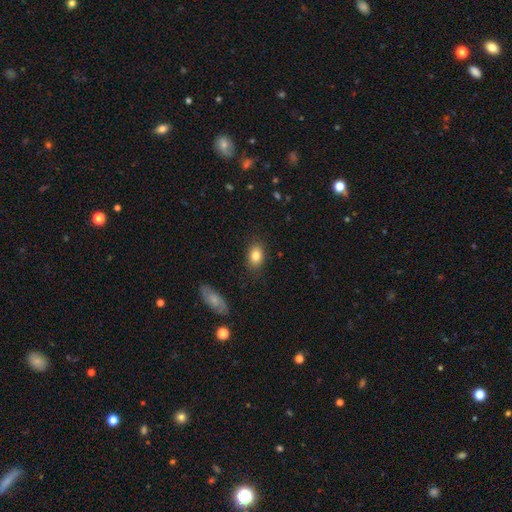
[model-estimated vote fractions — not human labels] Overall: smooth (81%). How rounded: in between (79%). Merging: none (86%).